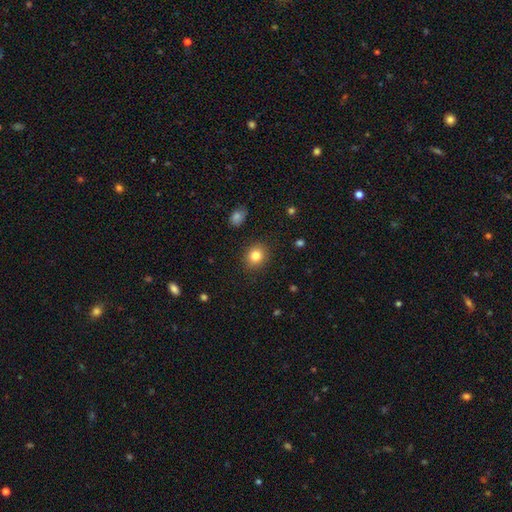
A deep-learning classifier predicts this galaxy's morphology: smooth_or_featured: smooth (p=0.82) [alt: star or artifact p=0.11]
how_rounded: round (p=0.68) [alt: in between p=0.31]
merging: none (p=0.89) [alt: minor disturbance p=0.08]